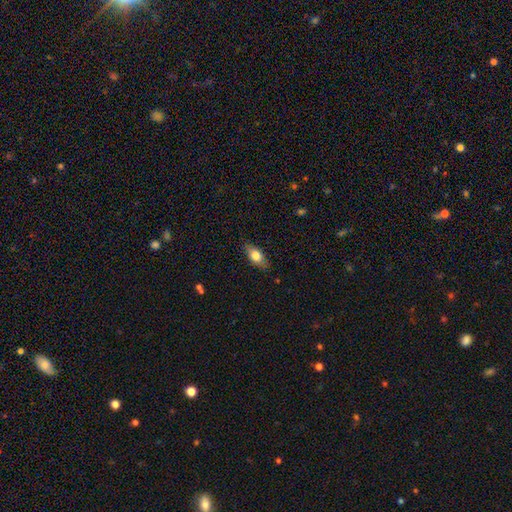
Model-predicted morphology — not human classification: smooth-or-featured: smooth: 74% | featured or disk: 18% | star or artifact: 7%
  how-rounded: in between: 83% | cigar-shaped: 11% | round: 6%
  merging: none: 80% | minor disturbance: 16% | major disturbance: 3% | merger: 1%